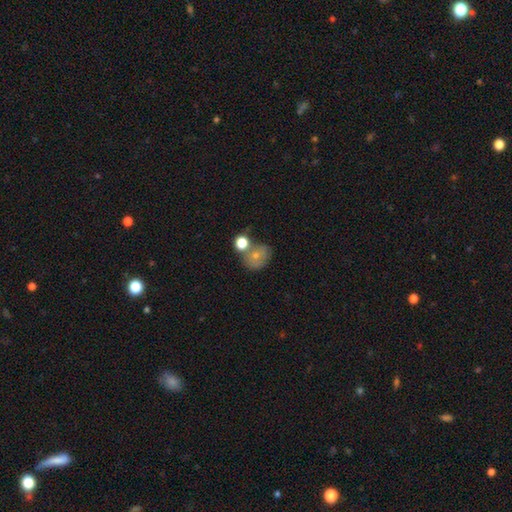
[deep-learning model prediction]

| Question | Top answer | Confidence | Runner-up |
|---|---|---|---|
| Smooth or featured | smooth | 69% | featured or disk (19%) |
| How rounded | round | 62% | in between (37%) |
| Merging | none | 43% | merger (33%) |